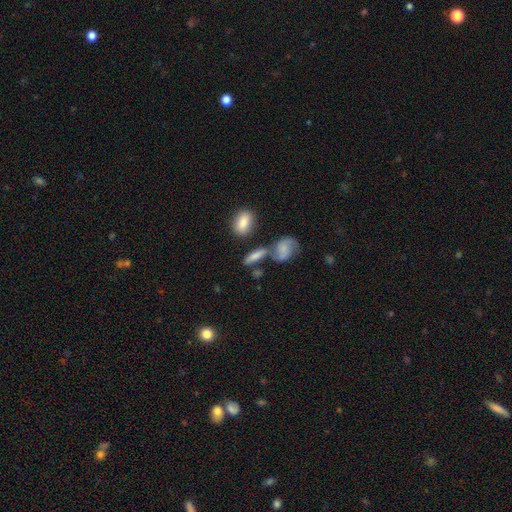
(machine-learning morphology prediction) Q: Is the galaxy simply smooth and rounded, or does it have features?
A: smooth — 58%.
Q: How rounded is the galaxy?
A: in between — 59%.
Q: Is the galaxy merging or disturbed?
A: none — 53%.